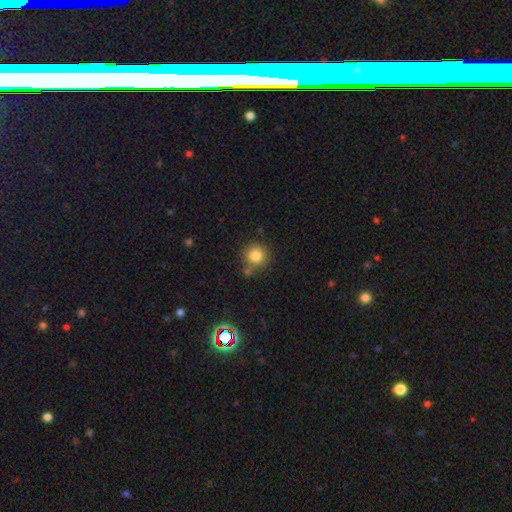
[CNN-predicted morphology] Smooth or featured?
  - smooth: 82% *
  - star or artifact: 11%
  - featured or disk: 7%
How rounded?
  - round: 93% *
  - in between: 6%
  - cigar-shaped: 1%
Merging?
  - none: 76% *
  - minor disturbance: 11%
  - merger: 10%
  - major disturbance: 3%